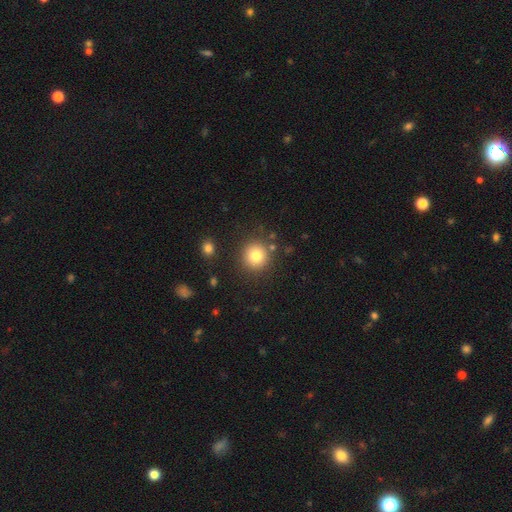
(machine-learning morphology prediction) type=smooth (80%); roundness=round (93%); merging=none (86%).